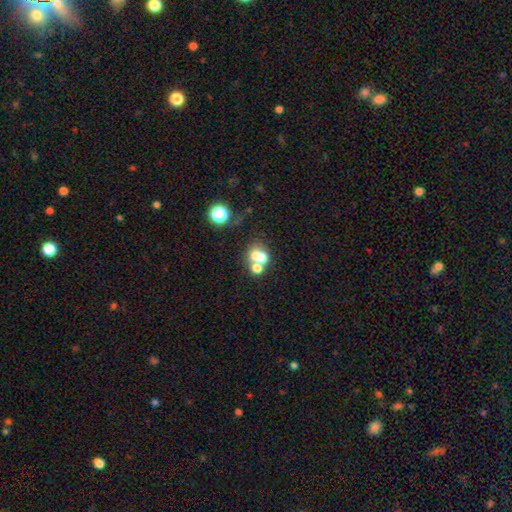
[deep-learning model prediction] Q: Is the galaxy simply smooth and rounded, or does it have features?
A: smooth — 64%.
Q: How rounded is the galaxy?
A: round — 56%.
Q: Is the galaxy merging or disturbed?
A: merger — 56%.